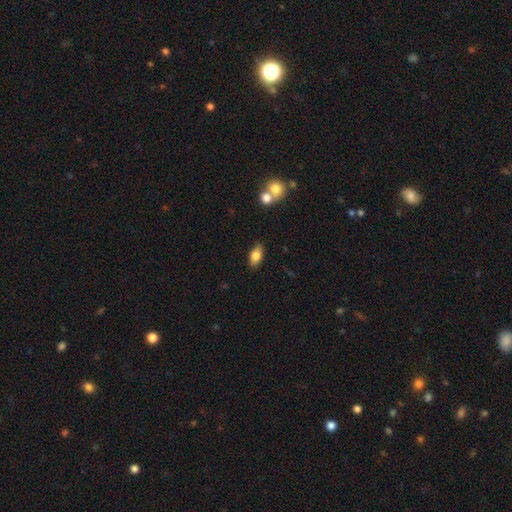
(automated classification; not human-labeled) smooth_or_featured: smooth (p=0.79) [alt: featured or disk p=0.13]
how_rounded: in between (p=0.88) [alt: round p=0.06]
merging: none (p=0.84) [alt: minor disturbance p=0.10]